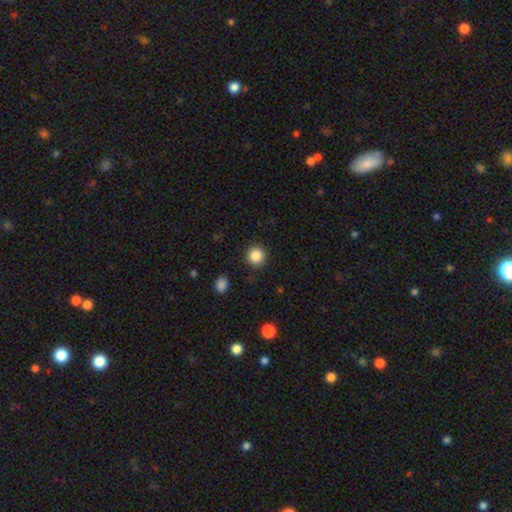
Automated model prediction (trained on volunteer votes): smooth-or-featured: smooth: 86% | star or artifact: 10% | featured or disk: 4%
  how-rounded: round: 94% | in between: 5% | cigar-shaped: 1%
  merging: none: 91% | minor disturbance: 6% | major disturbance: 2% | merger: 1%